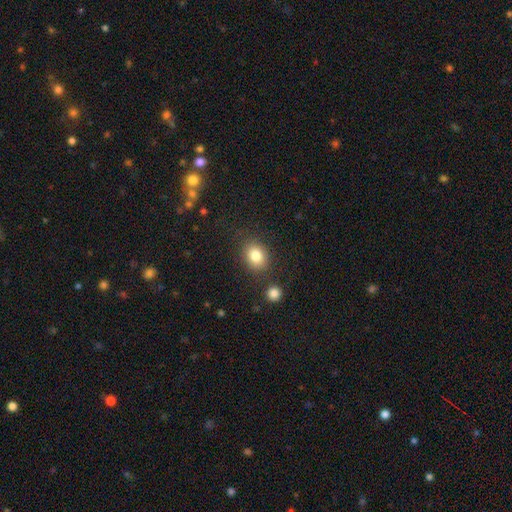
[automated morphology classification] A smooth galaxy with no disk features (83%) that is in between round and cigar-shaped (51%).

Vote fractions:
- Smooth or featured? smooth: 83% / star or artifact: 9% / featured or disk: 7%
- How rounded? in between: 51% / round: 48% / cigar-shaped: 1%
- Merging? none: 81% / minor disturbance: 11% / merger: 5% / major disturbance: 4%